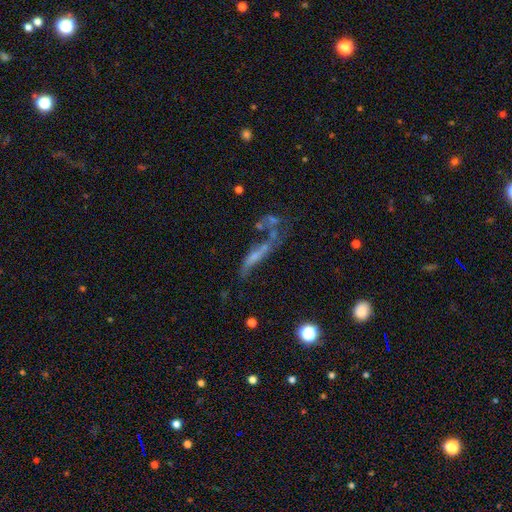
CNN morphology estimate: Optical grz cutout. It shows a featured or disk galaxy (52%). Merging: major disturbance (32%).